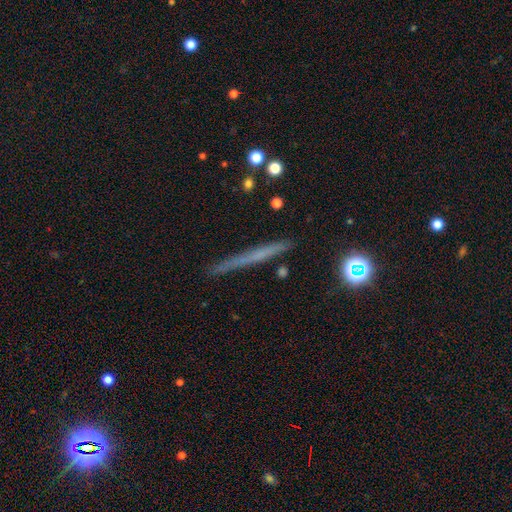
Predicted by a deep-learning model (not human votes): This is possibly a featured or disk galaxy (50%). It is clearly viewed edge-on (97%). Merging: clearly none (89%).